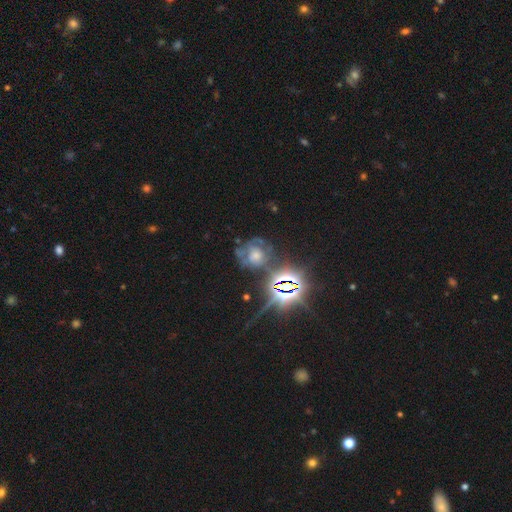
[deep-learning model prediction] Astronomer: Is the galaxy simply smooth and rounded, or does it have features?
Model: star or artifact — 48% (runner-up: featured or disk, 37%).